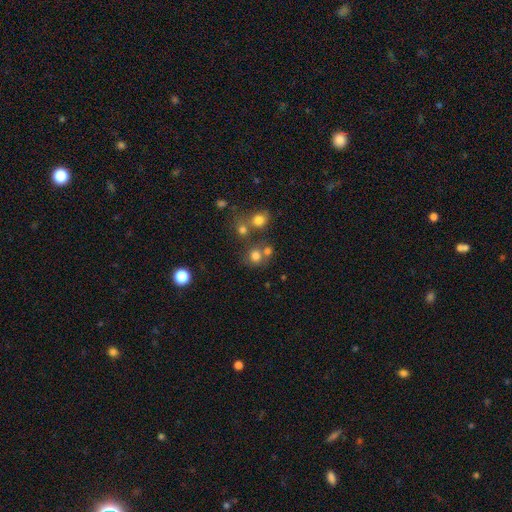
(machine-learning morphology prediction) Overall: smooth (73%). How rounded: round (82%). Merging: none (55%; merger 30%).